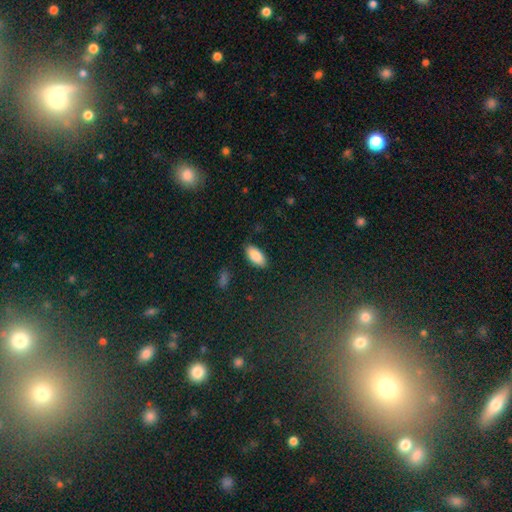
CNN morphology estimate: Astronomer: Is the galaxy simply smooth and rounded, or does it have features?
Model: smooth — 86%.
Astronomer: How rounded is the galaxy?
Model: in between — 91%.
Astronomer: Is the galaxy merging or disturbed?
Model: none — 86%.